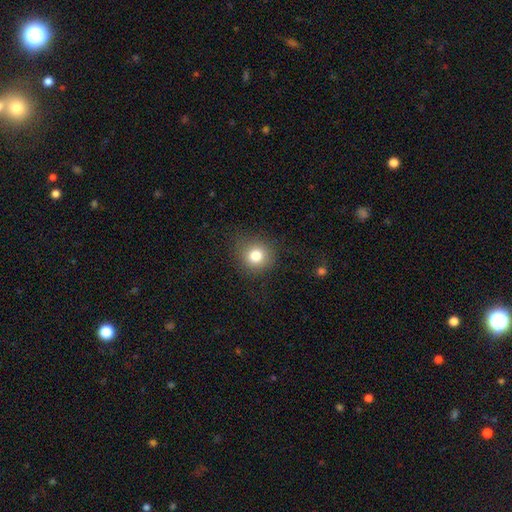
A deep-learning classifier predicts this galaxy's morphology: type=smooth (80%); roundness=round (87%); merging=none (82%).